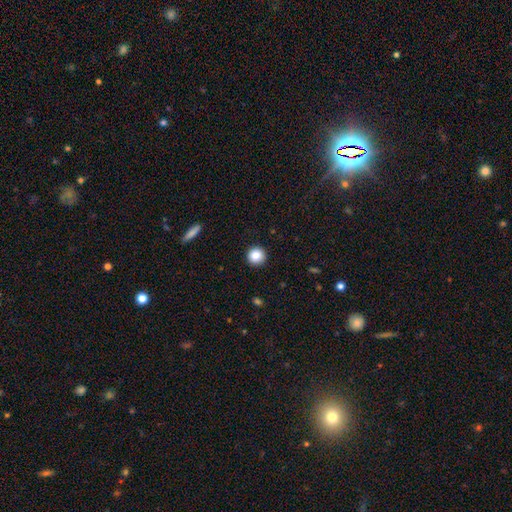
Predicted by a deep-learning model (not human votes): Smooth or featured?
  - smooth: 85% *
  - star or artifact: 9%
  - featured or disk: 6%
How rounded?
  - round: 95% *
  - in between: 4%
  - cigar-shaped: 1%
Merging?
  - none: 93% *
  - minor disturbance: 5%
  - major disturbance: 2%
  - merger: 1%